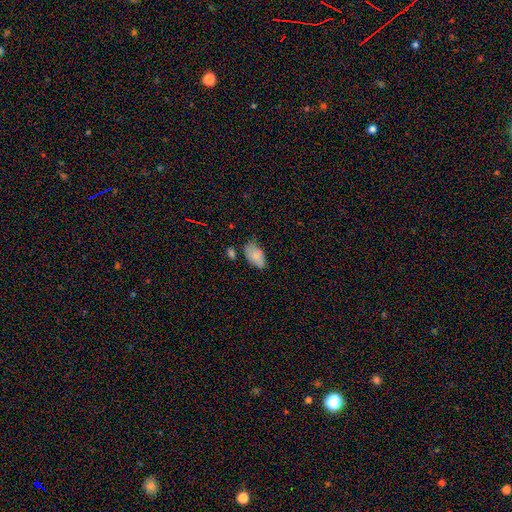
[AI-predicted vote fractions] This is clearly a smooth galaxy (81%). How rounded: clearly in between (94%). Merging: possibly none (55%).